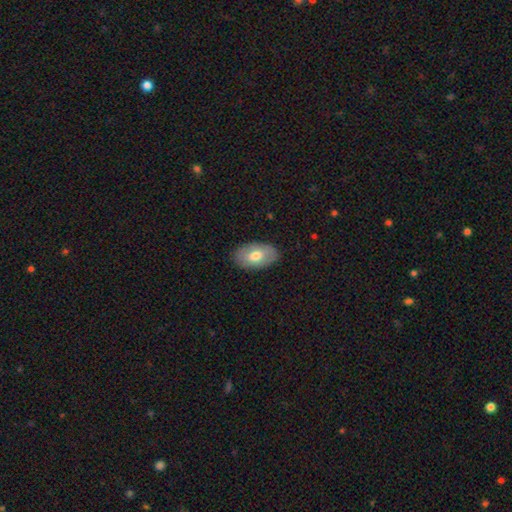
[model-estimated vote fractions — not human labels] smooth 65%, featured or disk 29%, star or artifact 6%. Down the decision tree: how rounded — in between (92%); merging — none (85%).